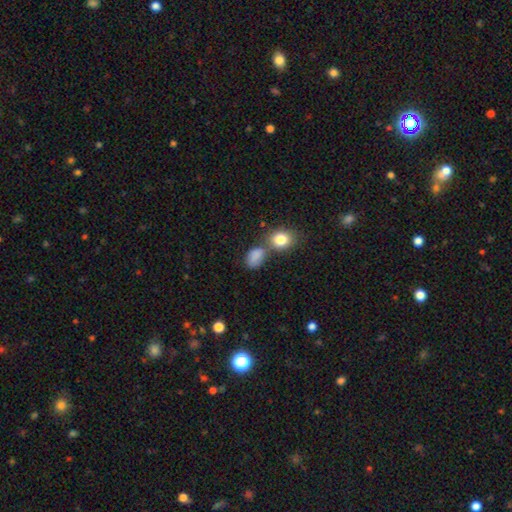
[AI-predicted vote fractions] Smooth or featured?
  - smooth: 82% *
  - star or artifact: 11%
  - featured or disk: 7%
How rounded?
  - in between: 73% *
  - round: 25%
  - cigar-shaped: 2%
Merging?
  - none: 44% *
  - merger: 31%
  - minor disturbance: 17%
  - major disturbance: 8%